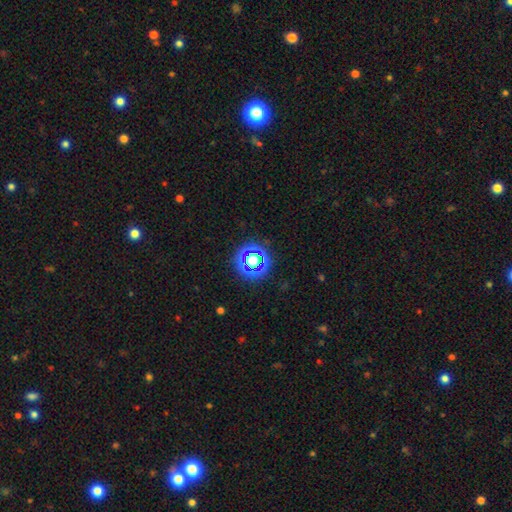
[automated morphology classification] Smooth or featured? star or artifact (71%)